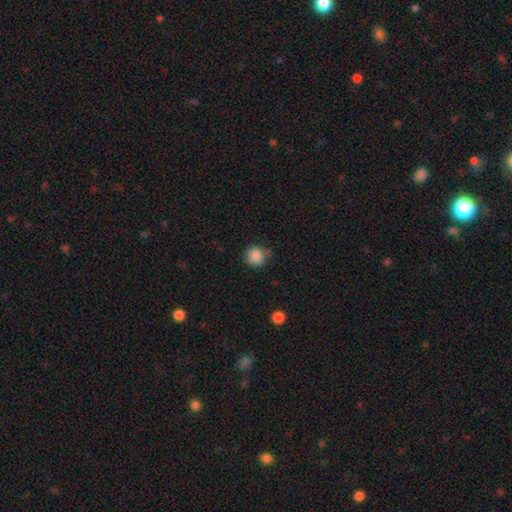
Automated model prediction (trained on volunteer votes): Smooth or featured? smooth (86%)
How rounded? round (86%)
Merging? none (65%)